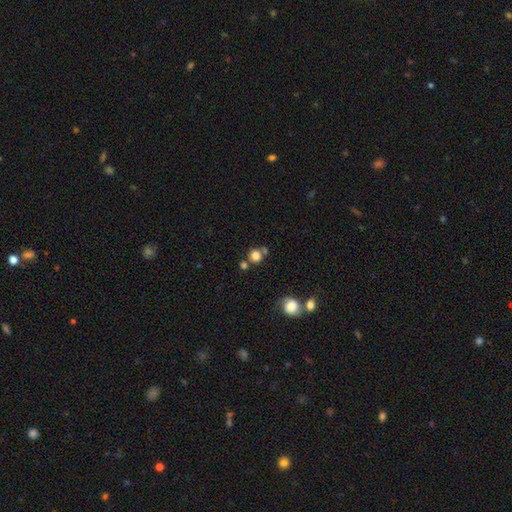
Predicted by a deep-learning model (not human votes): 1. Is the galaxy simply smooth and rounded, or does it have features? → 81% smooth, 12% star or artifact, 7% featured or disk.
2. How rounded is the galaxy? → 89% round, 10% in between, 1% cigar-shaped.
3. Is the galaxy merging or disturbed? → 68% none, 19% merger, 9% minor disturbance, 4% major disturbance.